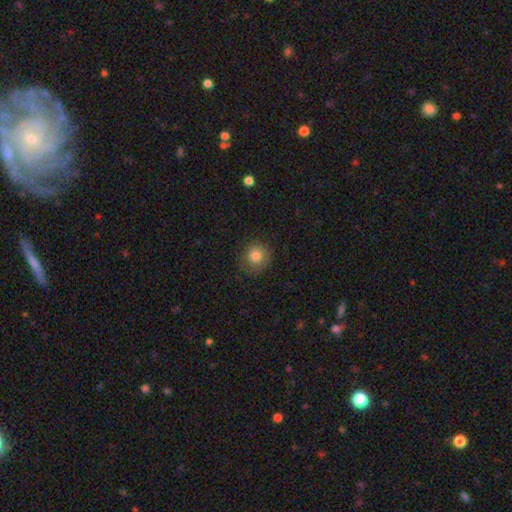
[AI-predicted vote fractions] smooth-or-featured: smooth: 82% | star or artifact: 10% | featured or disk: 8%
  how-rounded: round: 85% | in between: 14% | cigar-shaped: 1%
  merging: none: 78% | minor disturbance: 15% | major disturbance: 5% | merger: 1%